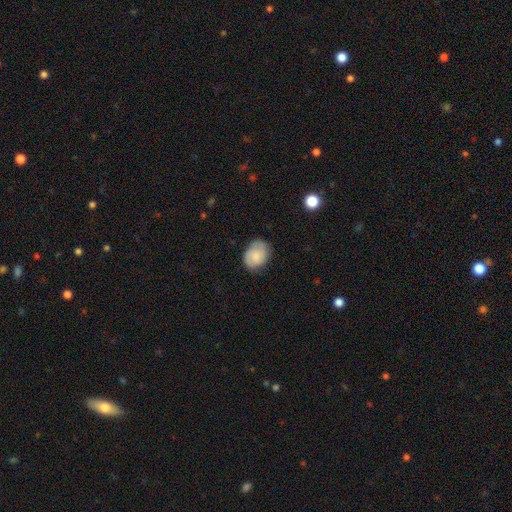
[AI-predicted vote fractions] This is likely a smooth galaxy (69%). How rounded: likely in between (62%). Merging: likely none (69%).